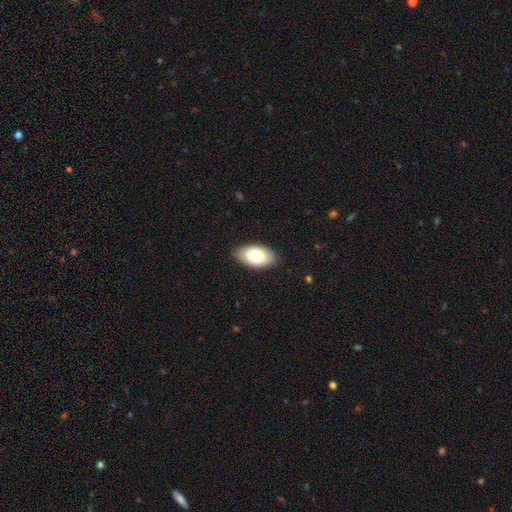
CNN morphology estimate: Smooth or featured?
  - smooth: 85% *
  - featured or disk: 9%
  - star or artifact: 6%
How rounded?
  - in between: 95% *
  - round: 3%
  - cigar-shaped: 2%
Merging?
  - none: 85% *
  - minor disturbance: 12%
  - major disturbance: 2%
  - merger: 1%